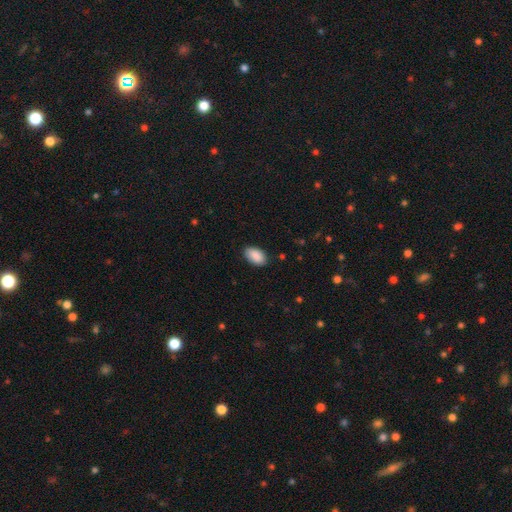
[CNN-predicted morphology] This is clearly a smooth galaxy (90%). How rounded: clearly in between (94%). Merging: clearly none (86%).